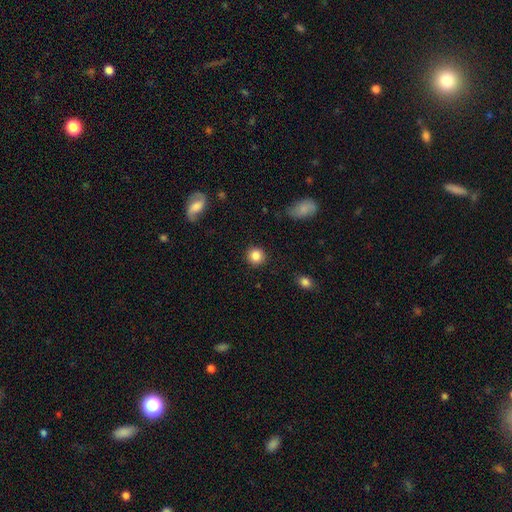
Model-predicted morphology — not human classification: Smooth or featured: smooth — 85% (star or artifact — 9%)
How rounded: round — 90% (in between — 9%)
Merging: none — 90% (minor disturbance — 7%)